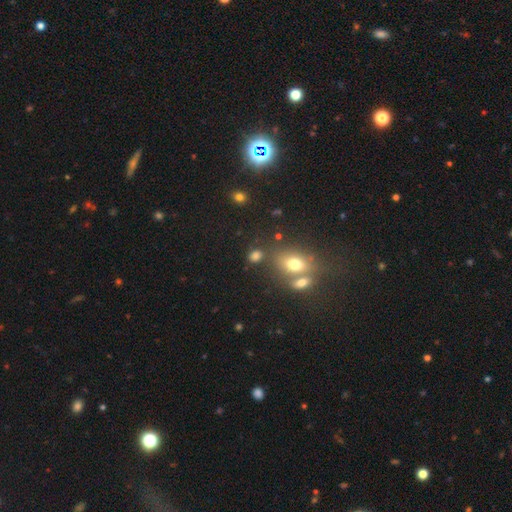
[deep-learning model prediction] This appears to be a smooth galaxy with no disk features (75%) that is in between round and cigar-shaped (58%). Merging: none (62%).